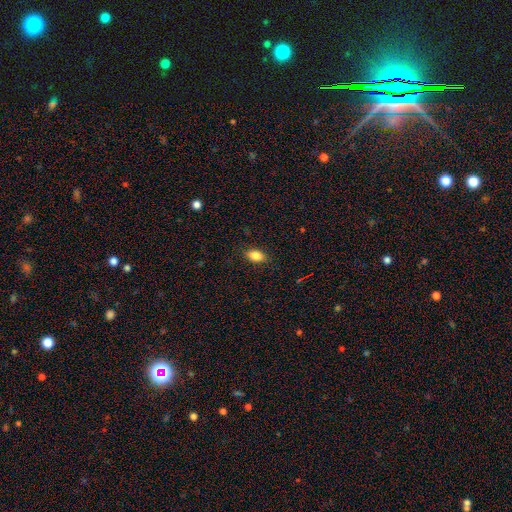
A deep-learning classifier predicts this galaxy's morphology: Smooth or featured? smooth (84%)
How rounded? in between (86%)
Merging? none (86%)